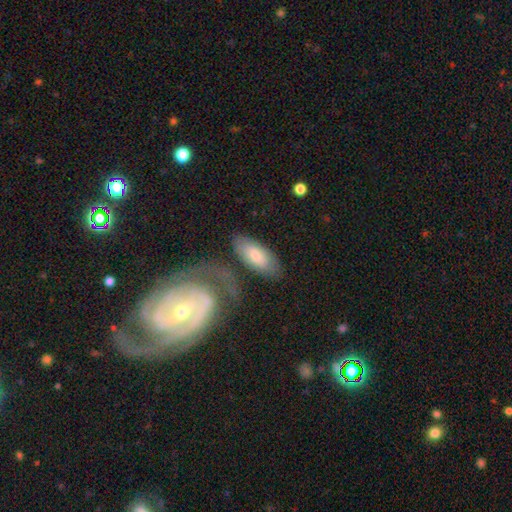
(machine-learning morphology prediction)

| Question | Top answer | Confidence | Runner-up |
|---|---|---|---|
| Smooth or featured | smooth | 71% | featured or disk (23%) |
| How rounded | in between | 85% | cigar-shaped (13%) |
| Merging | none | 70% | minor disturbance (16%) |